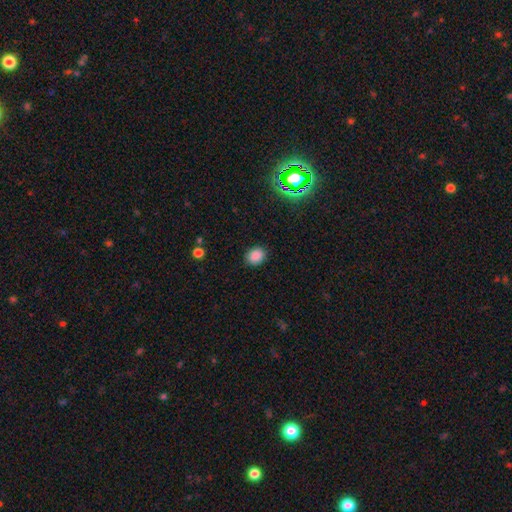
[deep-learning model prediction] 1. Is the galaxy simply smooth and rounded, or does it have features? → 85% smooth, 12% star or artifact, 3% featured or disk.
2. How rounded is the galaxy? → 56% round, 43% in between, 1% cigar-shaped.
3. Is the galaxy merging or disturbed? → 87% none, 9% minor disturbance, 3% major disturbance, 1% merger.